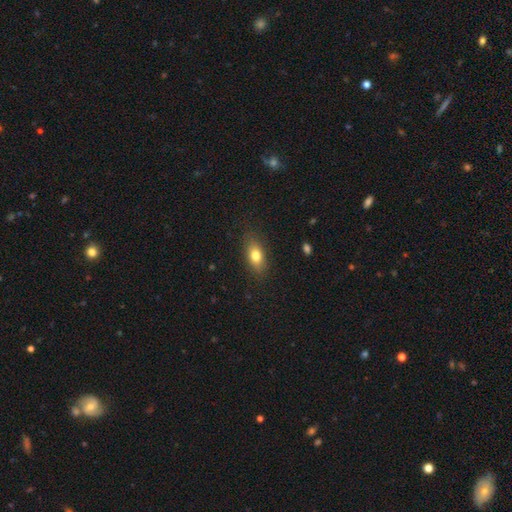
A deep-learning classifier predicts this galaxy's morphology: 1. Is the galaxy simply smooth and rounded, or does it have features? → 77% smooth, 15% featured or disk, 8% star or artifact.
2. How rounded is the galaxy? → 80% in between, 11% cigar-shaped, 10% round.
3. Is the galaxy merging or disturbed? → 83% none, 12% minor disturbance, 3% major disturbance, 1% merger.